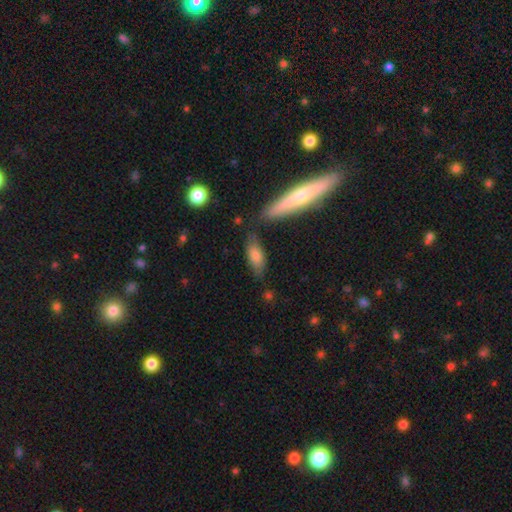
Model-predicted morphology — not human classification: This is likely a smooth galaxy (77%). How rounded: likely in between (74%). Merging: likely none (66%).